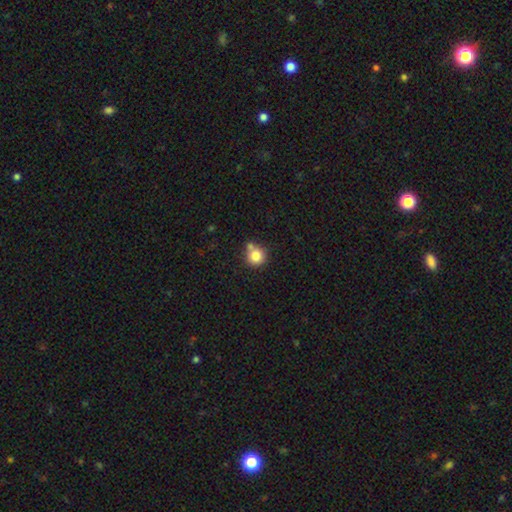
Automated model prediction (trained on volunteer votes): Overall: smooth (81%). How rounded: round (91%). Merging: none (60%; merger 23%).